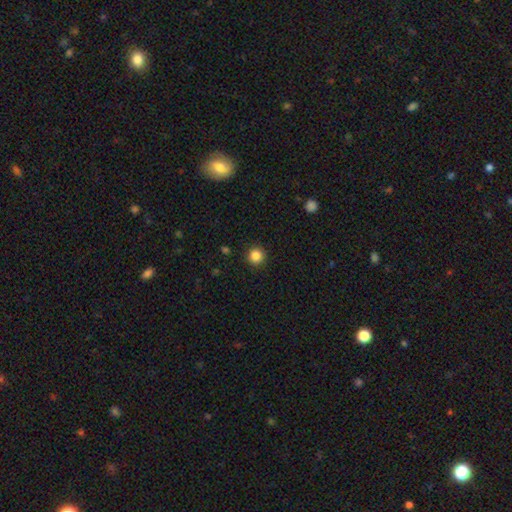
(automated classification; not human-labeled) Smooth or featured?
  - smooth: 86% *
  - star or artifact: 11%
  - featured or disk: 4%
How rounded?
  - round: 95% *
  - in between: 4%
  - cigar-shaped: 1%
Merging?
  - none: 92% *
  - minor disturbance: 5%
  - major disturbance: 2%
  - merger: 1%